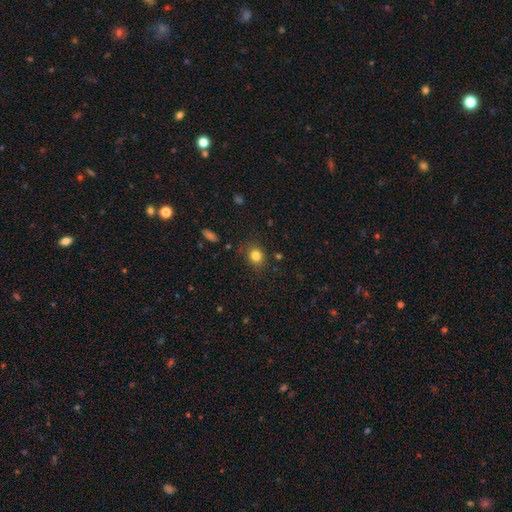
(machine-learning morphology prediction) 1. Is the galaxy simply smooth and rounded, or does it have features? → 81% smooth, 12% star or artifact, 6% featured or disk.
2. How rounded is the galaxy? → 70% round, 29% in between, 1% cigar-shaped.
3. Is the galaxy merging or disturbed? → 81% none, 13% minor disturbance, 4% major disturbance, 2% merger.